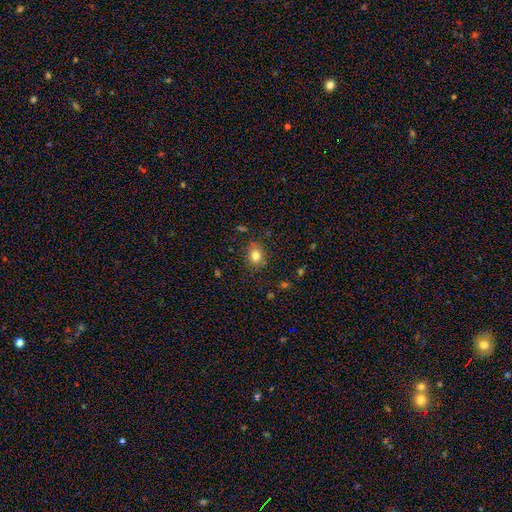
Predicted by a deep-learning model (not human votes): Q: Smooth or featured?
A: smooth (80%); runner-up: star or artifact (12%)
Q: How rounded?
A: round (59%); runner-up: in between (40%)
Q: Merging?
A: none (81%); runner-up: minor disturbance (14%)